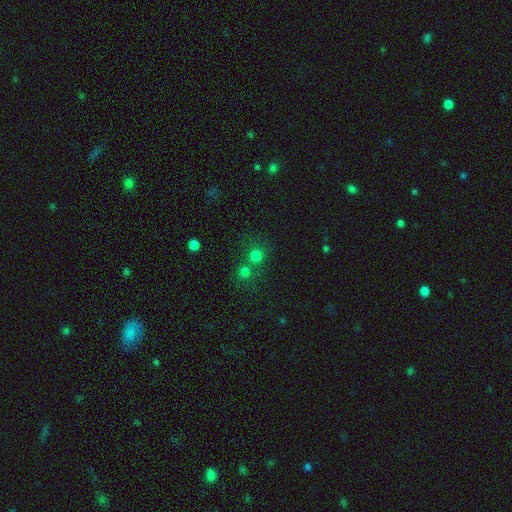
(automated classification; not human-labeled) Smooth or featured? smooth (74%)
How rounded? round (91%)
Merging? none (57%)